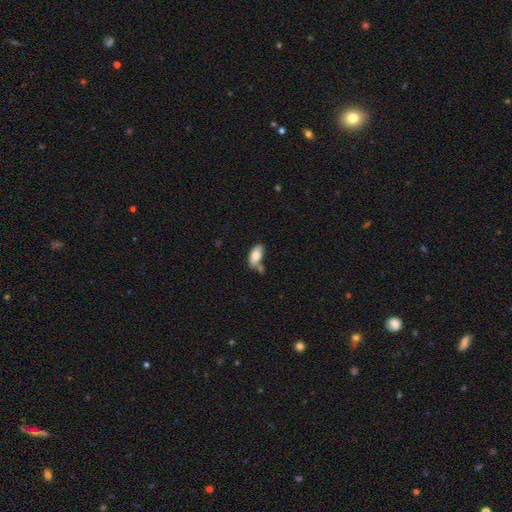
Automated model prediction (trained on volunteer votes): Smooth or featured? smooth (80%)
How rounded? in between (92%)
Merging? none (47%)